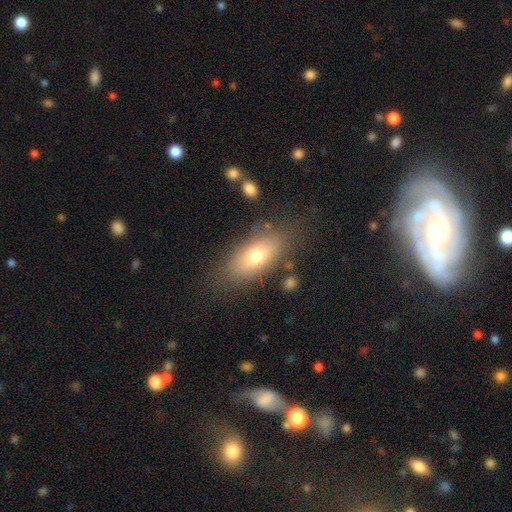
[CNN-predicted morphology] Smooth or featured? smooth (68%)
How rounded? in between (79%)
Merging? none (77%)